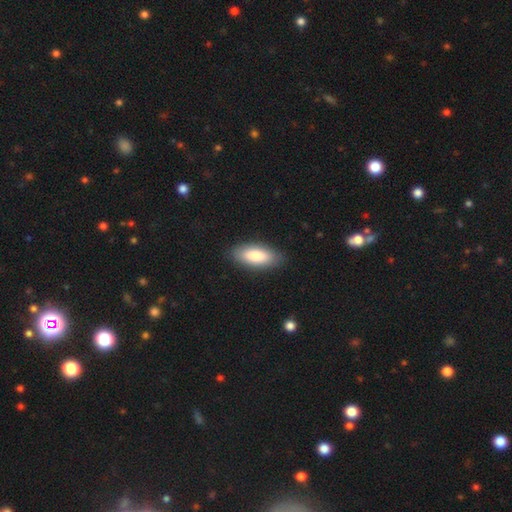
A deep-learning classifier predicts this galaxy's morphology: smooth_or_featured: smooth (p=0.84) [alt: featured or disk p=0.10]
how_rounded: in between (p=0.85) [alt: cigar-shaped p=0.14]
merging: none (p=0.87) [alt: minor disturbance p=0.10]